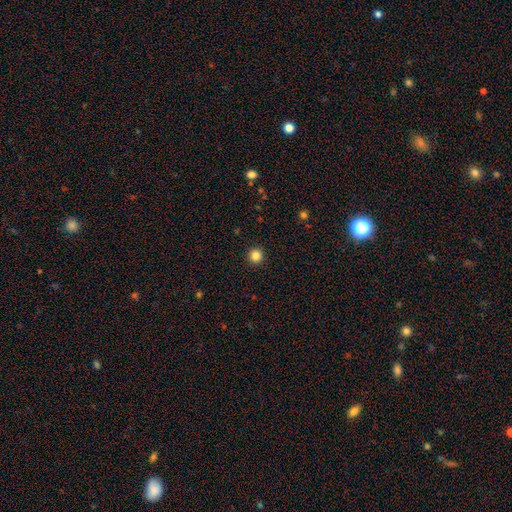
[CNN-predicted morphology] A smooth galaxy with no disk features (84%) that is round (96%). Merging: none (93%).